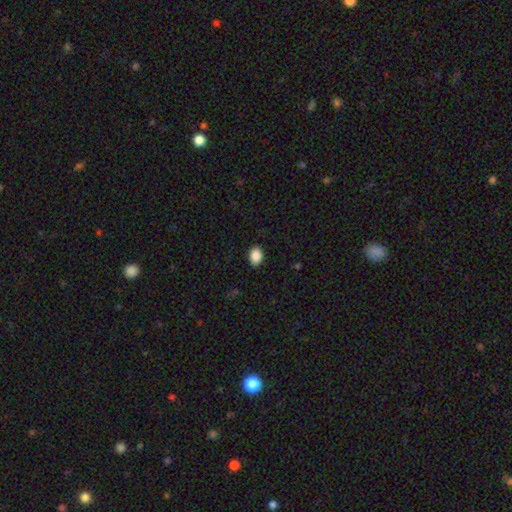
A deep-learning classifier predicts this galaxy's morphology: The model was most divided on "how rounded": in between: 76%, round: 23%, cigar-shaped: 1%. More confident: merging — none (89%); smooth or featured — smooth (89%).